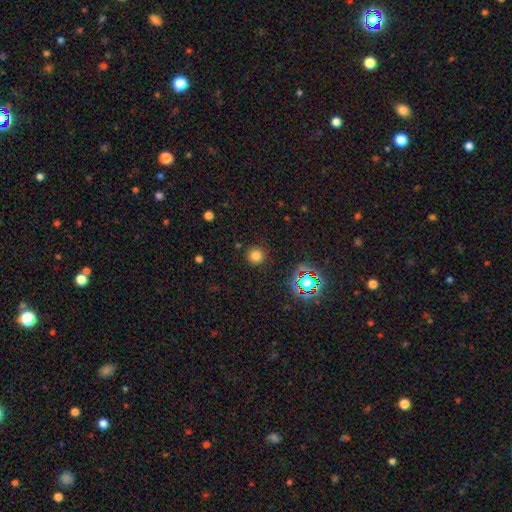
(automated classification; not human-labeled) Smooth or featured: smooth — 77% (star or artifact — 18%)
How rounded: round — 95% (in between — 4%)
Merging: none — 89% (minor disturbance — 7%)